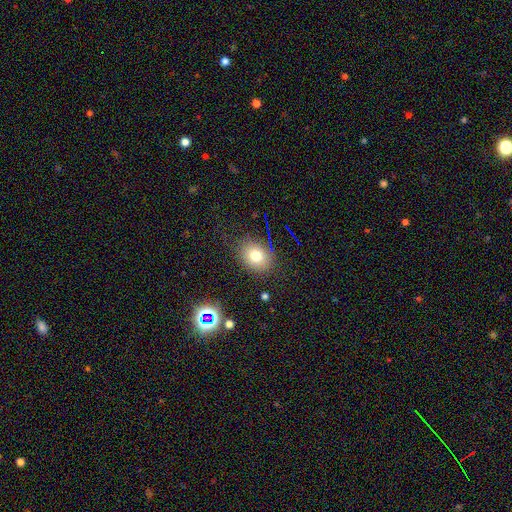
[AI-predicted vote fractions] A smooth galaxy with no disk features (75%) that is in between round and cigar-shaped (51%).

Vote fractions:
- Smooth or featured? smooth: 75% / star or artifact: 14% / featured or disk: 11%
- How rounded? in between: 51% / round: 48% / cigar-shaped: 1%
- Merging? none: 80% / minor disturbance: 13% / major disturbance: 5% / merger: 2%